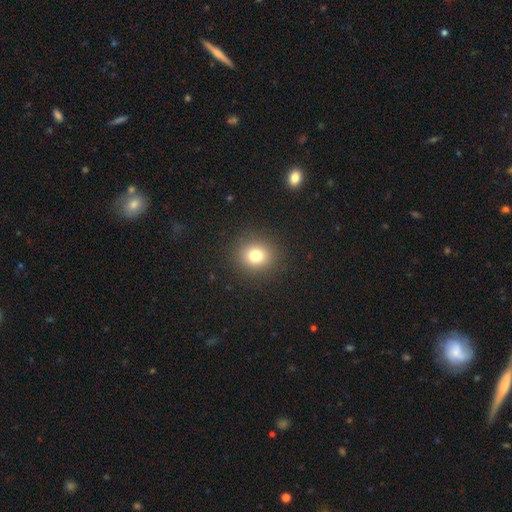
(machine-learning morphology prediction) Smooth or featured? Predicted: smooth (p=0.77). How rounded? Predicted: round (p=0.86). Merging? Predicted: none (p=0.91).